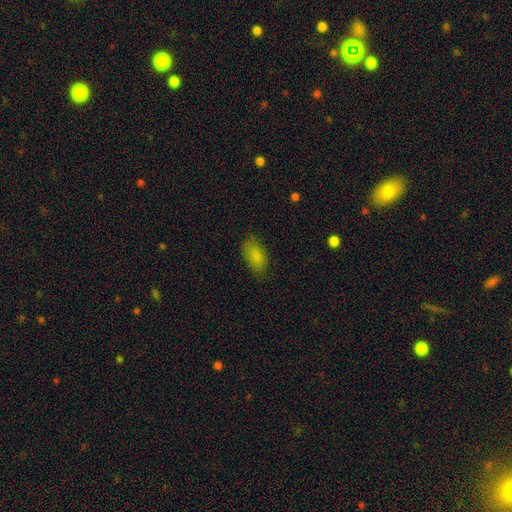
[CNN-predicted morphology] This is clearly a smooth galaxy (84%). How rounded: clearly in between (91%). Merging: likely none (77%).